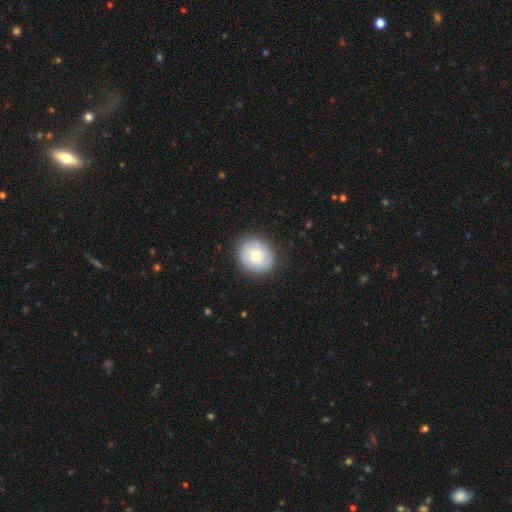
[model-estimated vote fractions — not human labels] This is likely a smooth galaxy (68%). How rounded: likely round (74%). Merging: clearly none (84%).